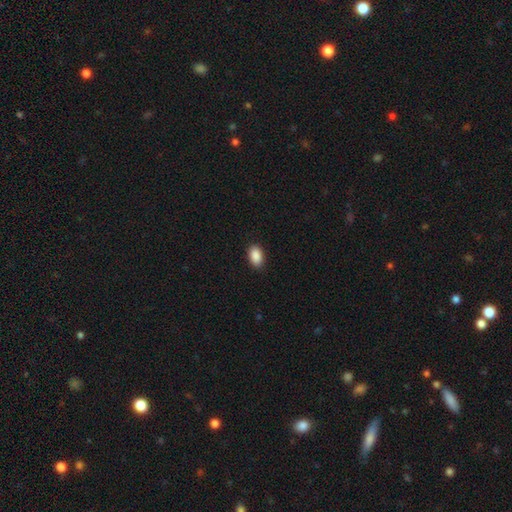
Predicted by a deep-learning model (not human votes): Q: Smooth or featured?
A: smooth (90%); runner-up: star or artifact (7%)
Q: How rounded?
A: in between (91%); runner-up: round (7%)
Q: Merging?
A: none (89%); runner-up: minor disturbance (8%)